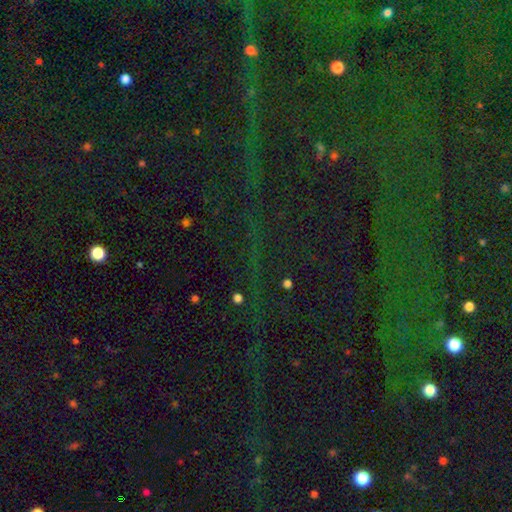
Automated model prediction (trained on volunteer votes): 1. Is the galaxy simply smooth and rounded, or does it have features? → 83% star or artifact, 9% smooth, 8% featured or disk.